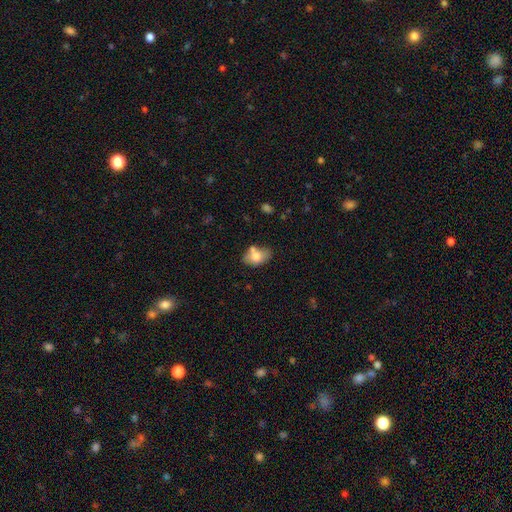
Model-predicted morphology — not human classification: Q: Smooth or featured?
A: smooth (72%); runner-up: featured or disk (19%)
Q: How rounded?
A: in between (83%); runner-up: round (15%)
Q: Merging?
A: none (55%); runner-up: merger (20%)